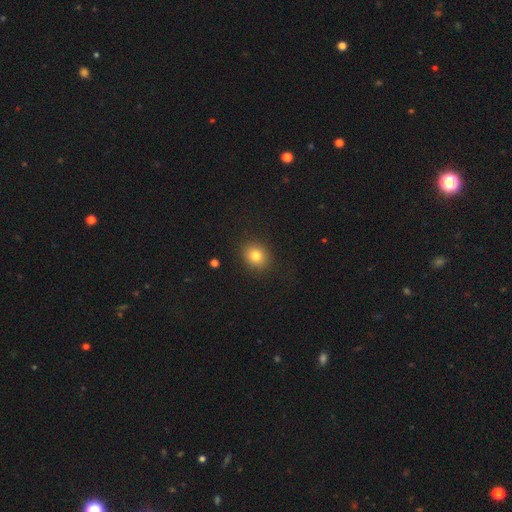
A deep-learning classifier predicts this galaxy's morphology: Smooth or featured? smooth (80%)
How rounded? round (74%)
Merging? none (90%)